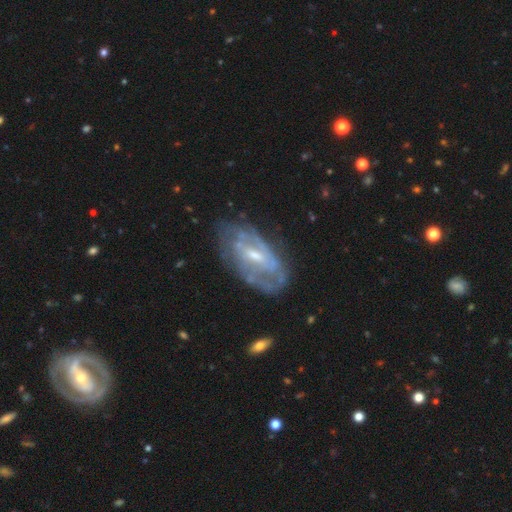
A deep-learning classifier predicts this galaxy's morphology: Q: Smooth or featured?
A: featured or disk (79%); runner-up: smooth (15%)
Q: Edge-on disk?
A: no (93%); runner-up: yes (7%)
Q: Bar?
A: weak (52%); runner-up: no (27%)
Q: Spiral arms?
A: yes (74%); runner-up: no (26%)
Q: Spiral winding?
A: tight (49%); runner-up: medium (36%)
Q: Spiral arm count?
A: can't tell (48%); runner-up: 2 (34%)
Q: Bulge size?
A: small (48%); runner-up: moderate (45%)
Q: Merging?
A: none (64%); runner-up: minor disturbance (22%)